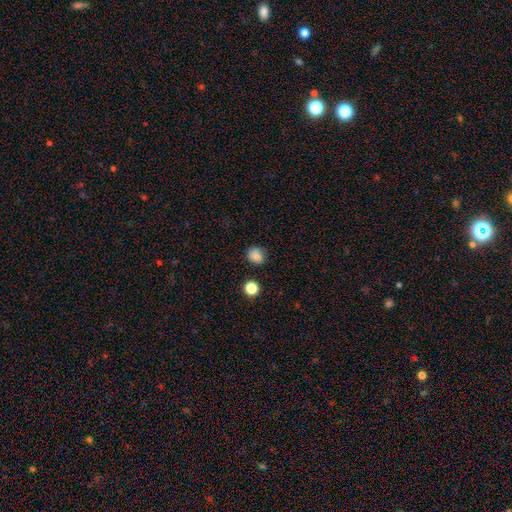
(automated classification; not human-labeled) smooth_or_featured: smooth (p=0.83) [alt: star or artifact p=0.12]
how_rounded: round (p=0.82) [alt: in between p=0.17]
merging: none (p=0.79) [alt: minor disturbance p=0.15]